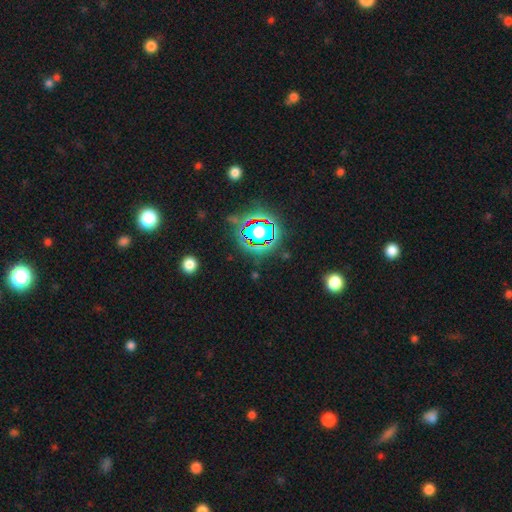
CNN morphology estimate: This appears to be a star or artifact, not a galaxy (76%).